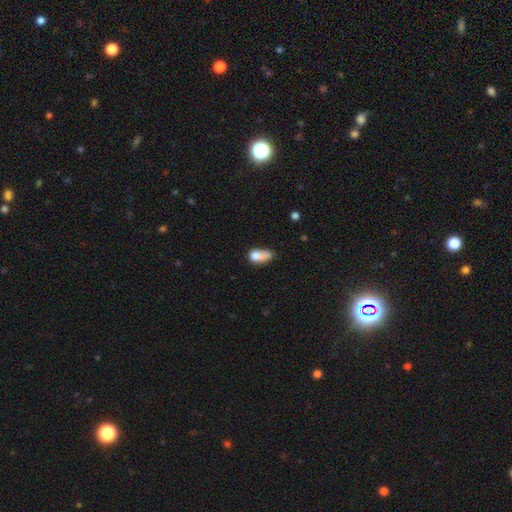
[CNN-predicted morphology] This is likely a smooth galaxy (72%). How rounded: likely in between (75%). Merging: marginally merger (30%).